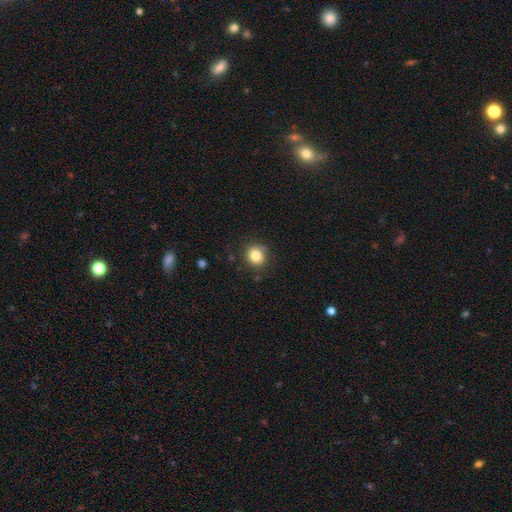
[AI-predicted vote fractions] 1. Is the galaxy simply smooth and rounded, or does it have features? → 82% smooth, 11% star or artifact, 7% featured or disk.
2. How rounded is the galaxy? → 85% round, 14% in between, 1% cigar-shaped.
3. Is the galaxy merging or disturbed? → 83% none, 12% minor disturbance, 3% major disturbance, 2% merger.